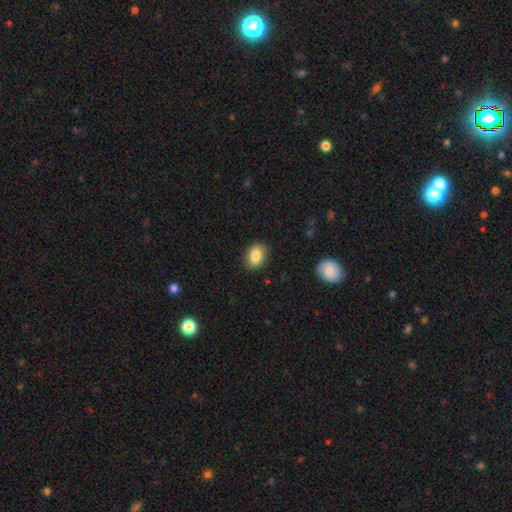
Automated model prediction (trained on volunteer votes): smooth-or-featured: smooth: 86% | star or artifact: 8% | featured or disk: 6%
  how-rounded: in between: 70% | round: 29% | cigar-shaped: 1%
  merging: none: 87% | minor disturbance: 10% | major disturbance: 2% | merger: 1%